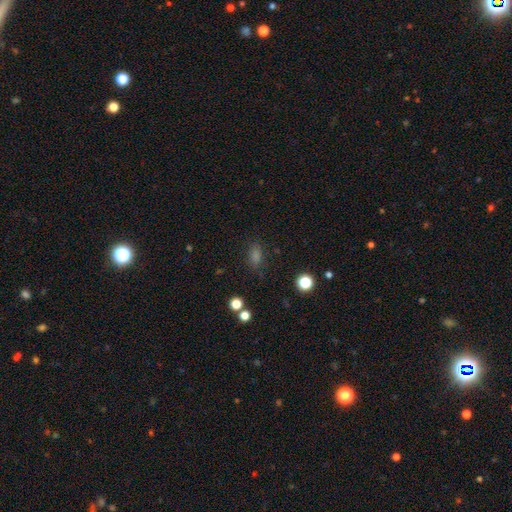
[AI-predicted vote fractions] Smooth or featured: smooth — 68% (star or artifact — 24%)
How rounded: in between — 76% (round — 17%)
Merging: none — 78% (minor disturbance — 14%)